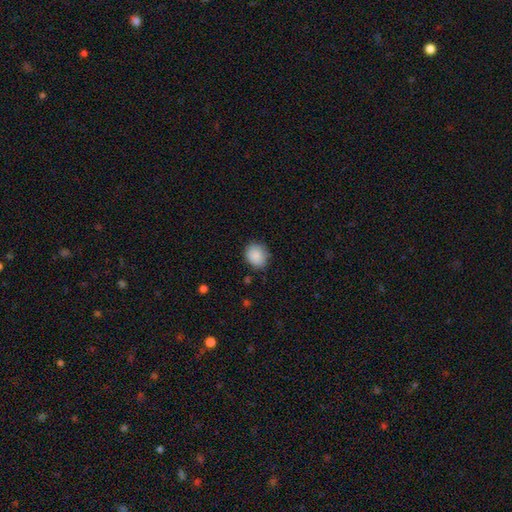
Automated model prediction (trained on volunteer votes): Smooth or featured?
  - smooth: 88% *
  - star or artifact: 8%
  - featured or disk: 5%
How rounded?
  - round: 66% *
  - in between: 33%
  - cigar-shaped: 1%
Merging?
  - none: 80% *
  - minor disturbance: 16%
  - major disturbance: 3%
  - merger: 1%